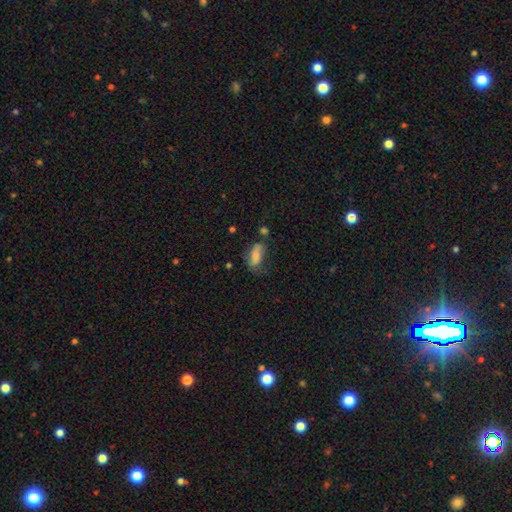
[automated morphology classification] smooth-or-featured: smooth: 70% | featured or disk: 21% | star or artifact: 9%
  how-rounded: in between: 84% | cigar-shaped: 12% | round: 4%
  merging: none: 43% | minor disturbance: 30% | major disturbance: 19% | merger: 8%